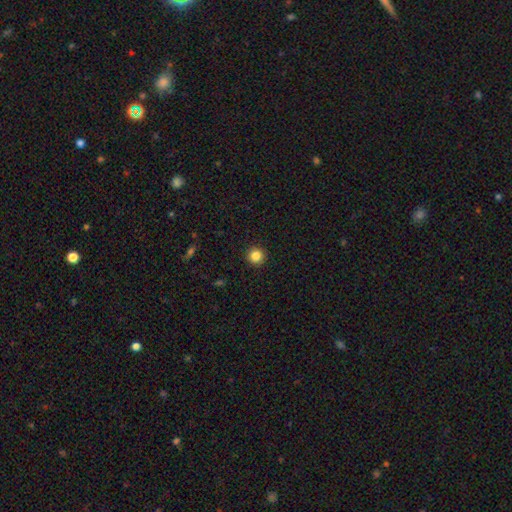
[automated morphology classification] smooth_or_featured: smooth (p=0.85) [alt: star or artifact p=0.11]
how_rounded: round (p=0.96) [alt: in between p=0.03]
merging: none (p=0.93) [alt: minor disturbance p=0.04]